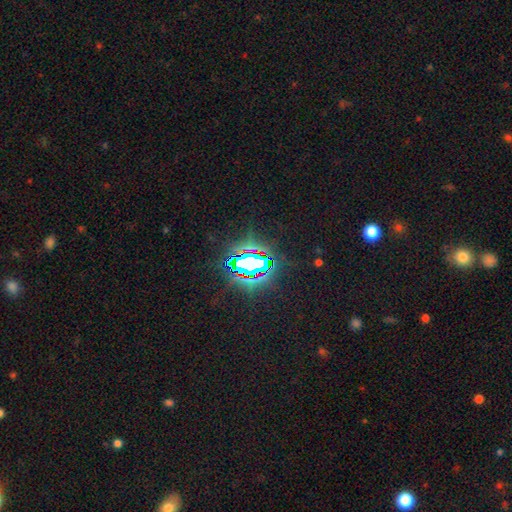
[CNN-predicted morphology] Overall: star or artifact (79%).